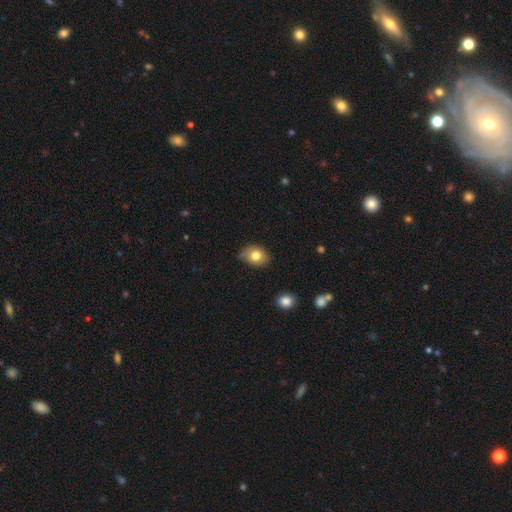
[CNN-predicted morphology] A smooth galaxy with no disk features (79%) that is in between round and cigar-shaped (59%). Merging: none (65%).